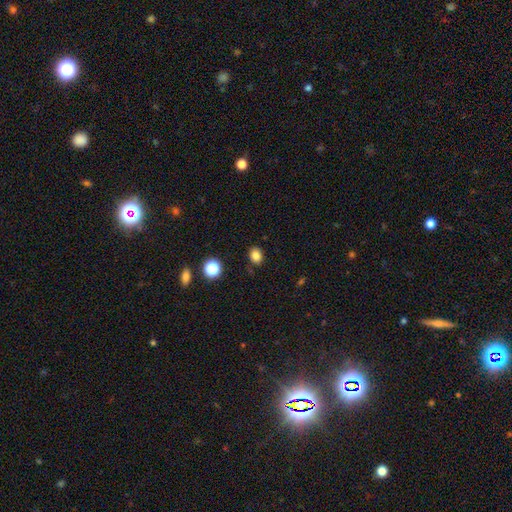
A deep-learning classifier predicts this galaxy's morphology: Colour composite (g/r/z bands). It shows a smooth galaxy with no disk features (82%) that is in between round and cigar-shaped (55%). Merging: none (85%).